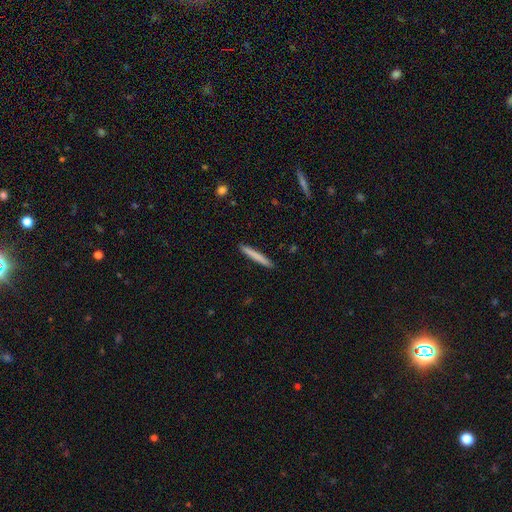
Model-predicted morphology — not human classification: Smooth or featured? smooth (76%)
How rounded? cigar-shaped (96%)
Merging? none (92%)